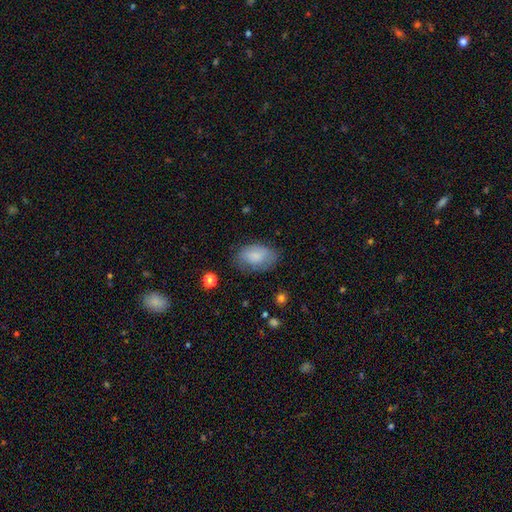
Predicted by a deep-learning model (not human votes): Morphology: type=smooth (76%); roundness=in between (90%); merging=none (67%).